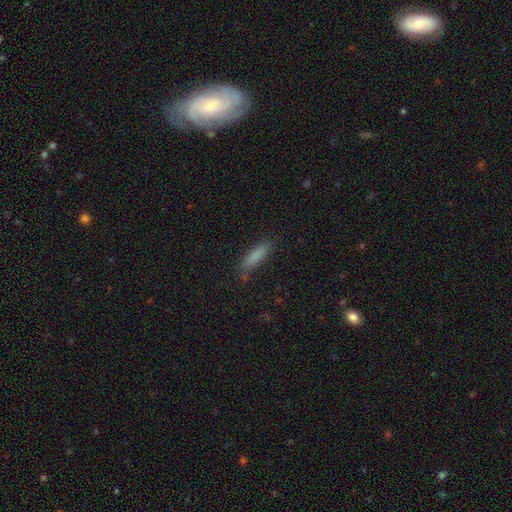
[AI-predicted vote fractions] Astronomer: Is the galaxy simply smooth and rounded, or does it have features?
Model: smooth — 83%.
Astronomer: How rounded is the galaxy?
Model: cigar-shaped — 71%.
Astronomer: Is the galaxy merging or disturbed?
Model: none — 78%.